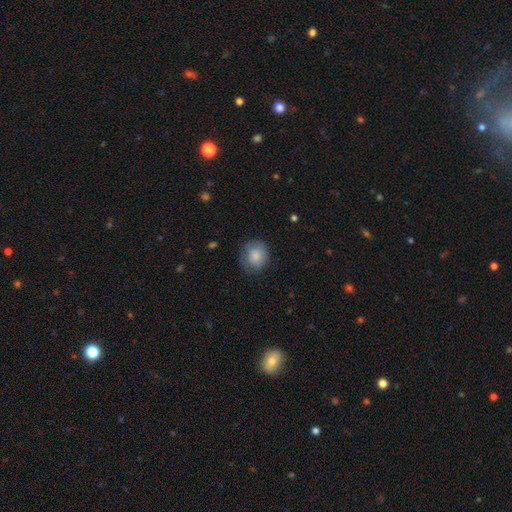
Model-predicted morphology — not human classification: Smooth or featured: smooth — 82% (featured or disk — 11%)
How rounded: round — 76% (in between — 23%)
Merging: none — 73% (minor disturbance — 20%)